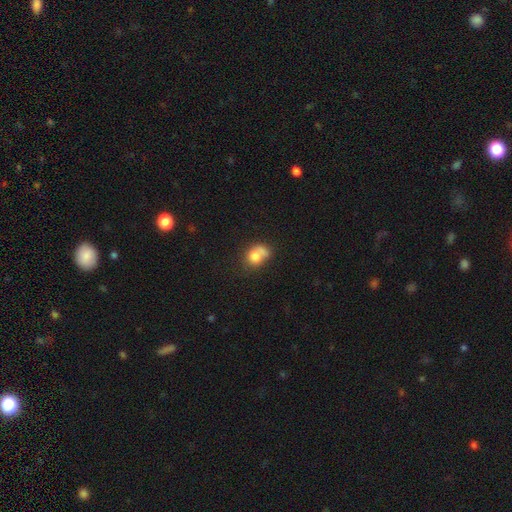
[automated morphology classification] Overall: smooth (73%). How rounded: in between (51%; round 48%). Merging: none (33%; merger 31%).